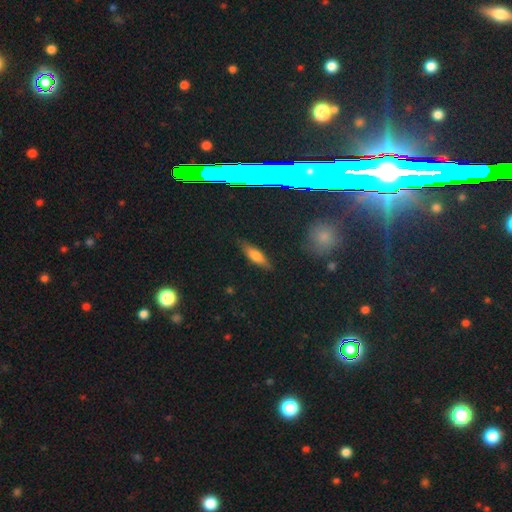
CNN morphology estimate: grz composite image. It shows a smooth galaxy with no disk features (63%) that is cigar-shaped (52%). Merging: none (84%).